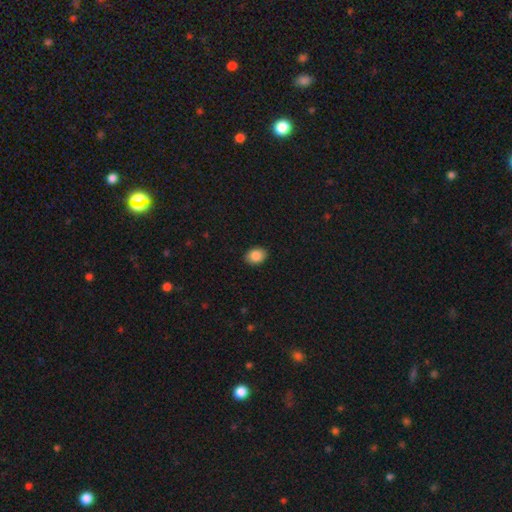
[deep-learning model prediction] This is clearly a smooth galaxy (87%). How rounded: likely in between (69%). Merging: clearly none (89%).